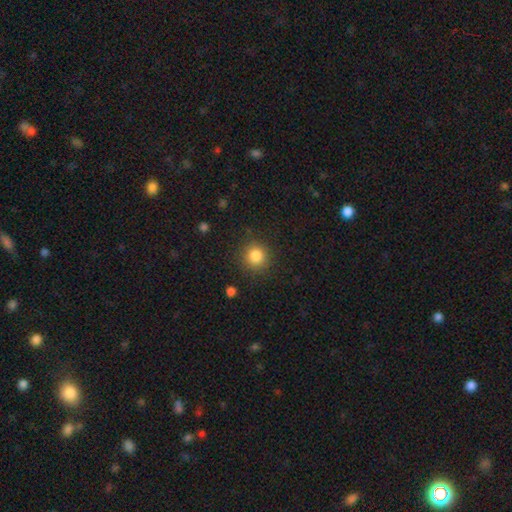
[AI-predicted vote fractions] smooth 83%, star or artifact 11%, featured or disk 5%. Down the decision tree: how rounded — round (92%); merging — none (88%).